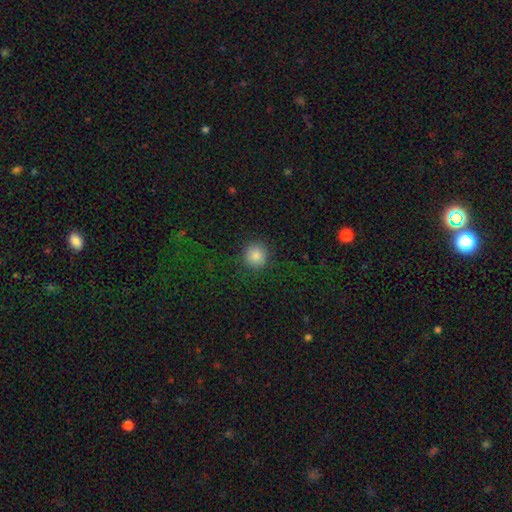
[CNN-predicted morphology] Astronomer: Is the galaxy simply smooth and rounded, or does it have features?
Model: smooth — 86%.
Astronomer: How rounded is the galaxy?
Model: round — 92%.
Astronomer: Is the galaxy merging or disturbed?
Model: none — 88%.